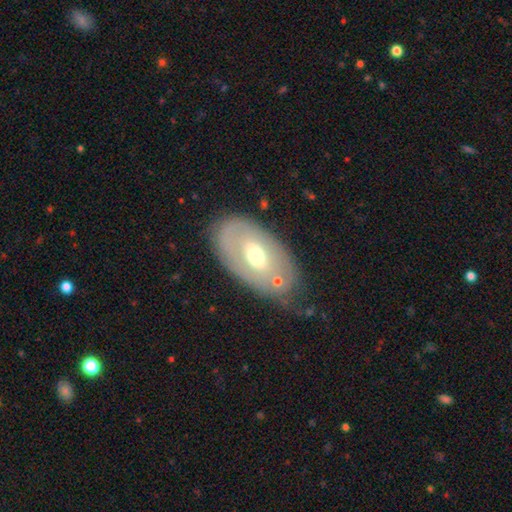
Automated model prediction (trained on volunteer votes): A featured or disk galaxy (52%). Merging: none (62%).